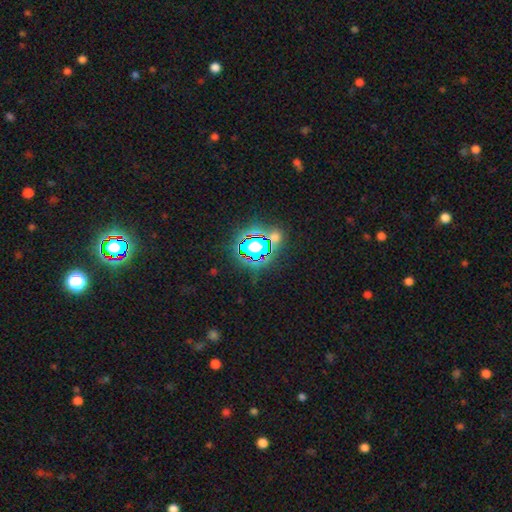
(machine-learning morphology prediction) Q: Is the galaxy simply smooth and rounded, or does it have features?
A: star or artifact — 79%.